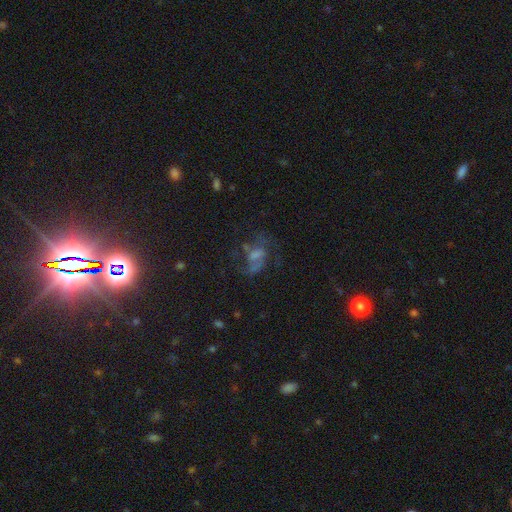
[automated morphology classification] This appears to be a featured or disk galaxy (53%) with no bar (50%), spiral arms (60%) and no central bulge (35%). Merging: none (39%).